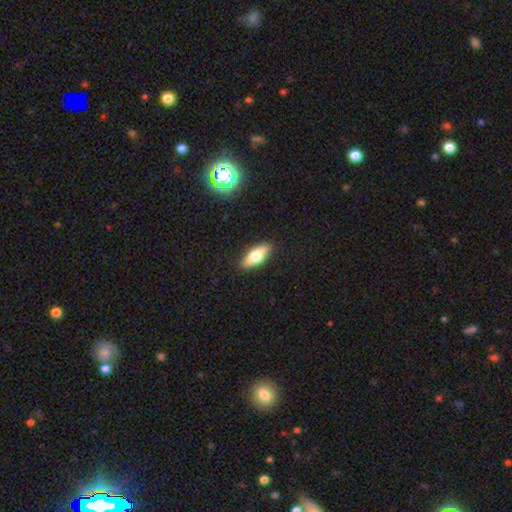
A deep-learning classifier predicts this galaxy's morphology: Smooth or featured? Predicted: smooth (p=0.66). How rounded? Predicted: in between (p=0.68). Merging? Predicted: none (p=0.89).